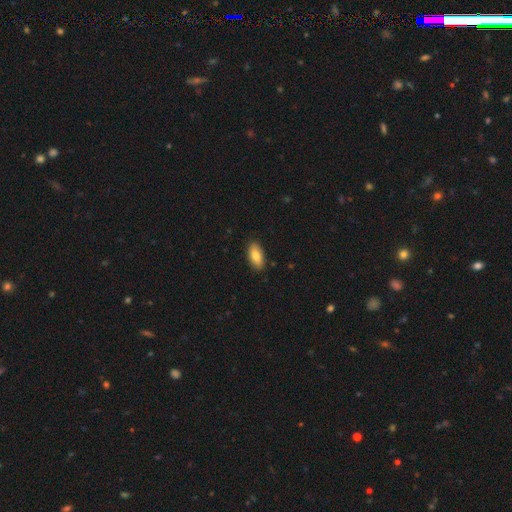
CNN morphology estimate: Smooth or featured: smooth — 83% (featured or disk — 11%)
How rounded: in between — 90% (cigar-shaped — 7%)
Merging: none — 89% (minor disturbance — 9%)